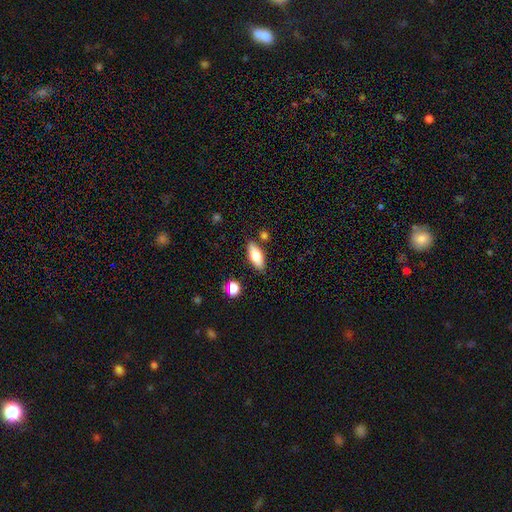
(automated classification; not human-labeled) Smooth or featured? smooth (72%)
How rounded? in between (79%)
Merging? none (83%)